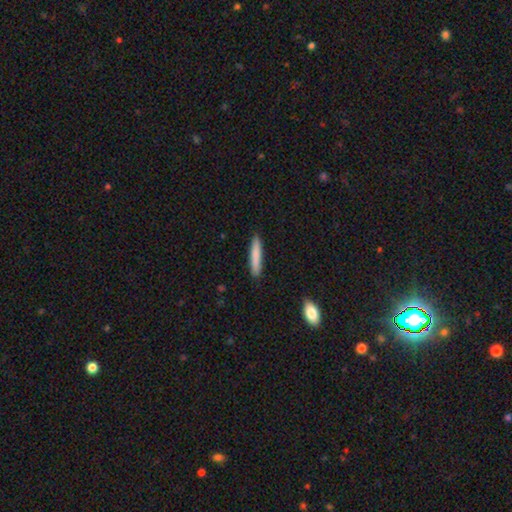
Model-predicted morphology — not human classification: This is clearly a smooth galaxy (82%). How rounded: clearly cigar-shaped (92%). Merging: clearly none (90%).